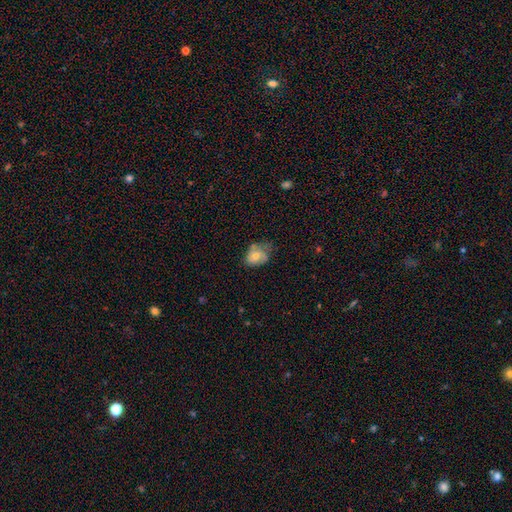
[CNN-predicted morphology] smooth_or_featured: smooth (p=0.52) [alt: featured or disk p=0.40]
how_rounded: in between (p=0.69) [alt: round p=0.30]
merging: none (p=0.40) [alt: minor disturbance p=0.37]